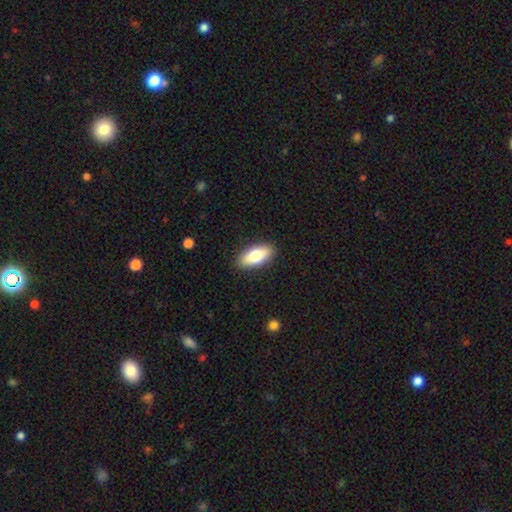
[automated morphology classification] smooth_or_featured: smooth (p=0.77) [alt: featured or disk p=0.17]
how_rounded: in between (p=0.88) [alt: cigar-shaped p=0.09]
merging: none (p=0.89) [alt: minor disturbance p=0.08]